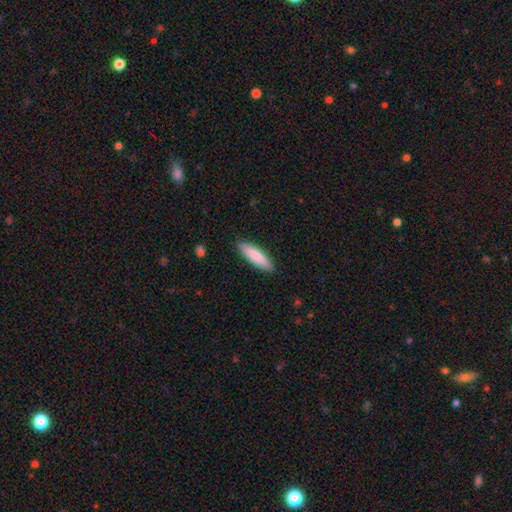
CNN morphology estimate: Smooth or featured? smooth (85%)
How rounded? cigar-shaped (64%)
Merging? none (90%)